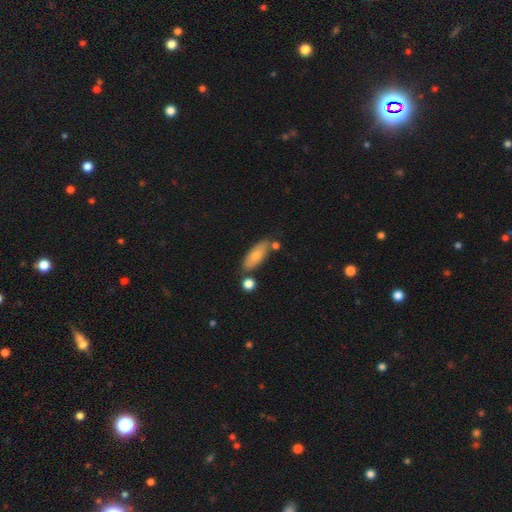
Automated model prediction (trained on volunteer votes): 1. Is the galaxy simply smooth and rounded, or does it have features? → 74% smooth, 20% featured or disk, 6% star or artifact.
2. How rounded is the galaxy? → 74% in between, 23% cigar-shaped, 3% round.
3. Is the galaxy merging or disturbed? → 72% none, 15% minor disturbance, 9% merger, 3% major disturbance.